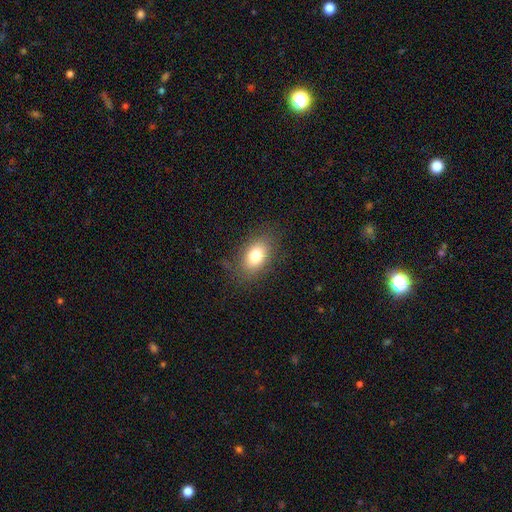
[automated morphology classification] smooth_or_featured: smooth (p=0.79) [alt: featured or disk p=0.11]
how_rounded: in between (p=0.84) [alt: round p=0.14]
merging: none (p=0.81) [alt: minor disturbance p=0.13]